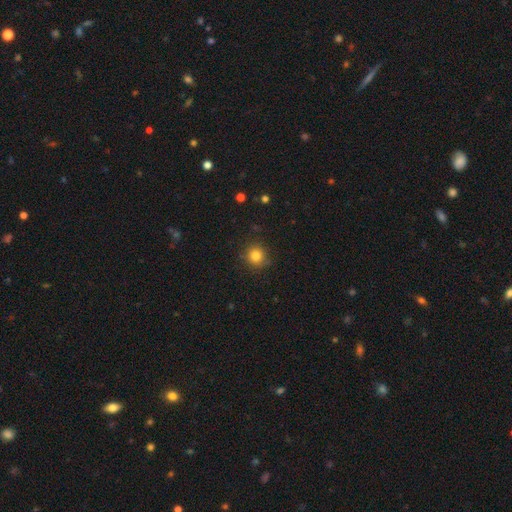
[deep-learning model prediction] Smooth or featured: smooth — 82% (star or artifact — 12%)
How rounded: round — 92% (in between — 7%)
Merging: none — 86% (minor disturbance — 10%)